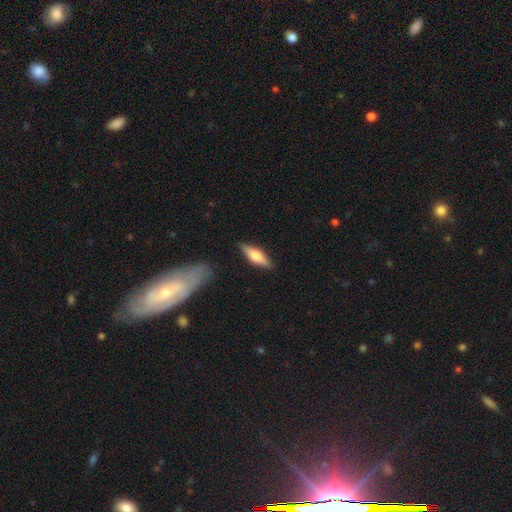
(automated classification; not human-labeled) Smooth or featured: smooth — 50% (featured or disk — 44%)
How rounded: cigar-shaped — 57% (in between — 41%)
Merging: none — 87% (minor disturbance — 9%)